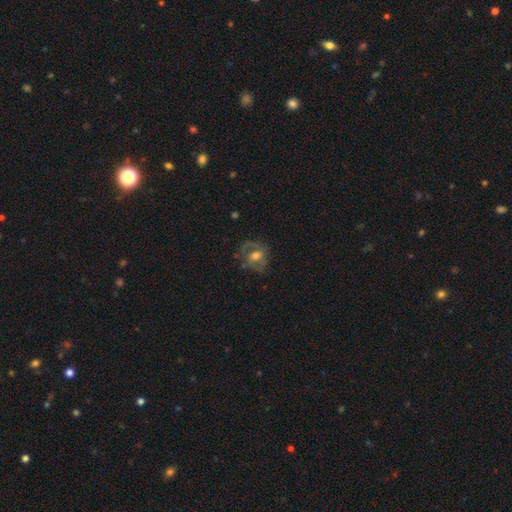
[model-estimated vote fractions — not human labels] smooth-or-featured: featured or disk: 70% | smooth: 22% | star or artifact: 8%
  disk-edge-on: no: 97% | yes: 3%
    bar: weak: 45% | no: 41% | strong: 14%
    has-spiral-arms: yes: 84% | no: 16%
      spiral-winding: medium: 50% | tight: 25% | loose: 24%
      spiral-arm-count: 2: 63% | can't tell: 16% | 1: 10% | 3: 8% | 4: 2% | more than 4: 2%
    bulge-size: moderate: 63% | small: 21% | large: 12% | none: 3% | dominant: 1%
  merging: none: 61% | minor disturbance: 20% | major disturbance: 16% | merger: 2%